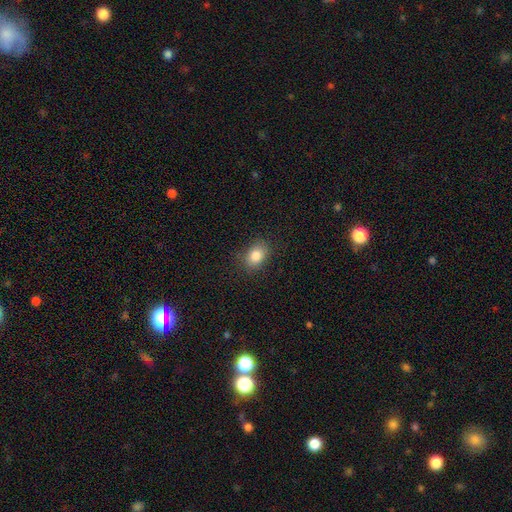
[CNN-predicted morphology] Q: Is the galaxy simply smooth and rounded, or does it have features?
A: smooth — 84%.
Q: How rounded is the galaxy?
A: in between — 66%.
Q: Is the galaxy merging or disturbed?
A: none — 85%.